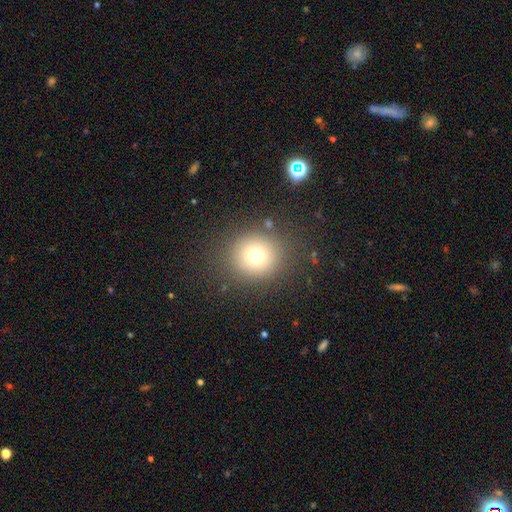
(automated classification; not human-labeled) A smooth galaxy with no disk features (72%) that is round (90%). Merging: none (86%).